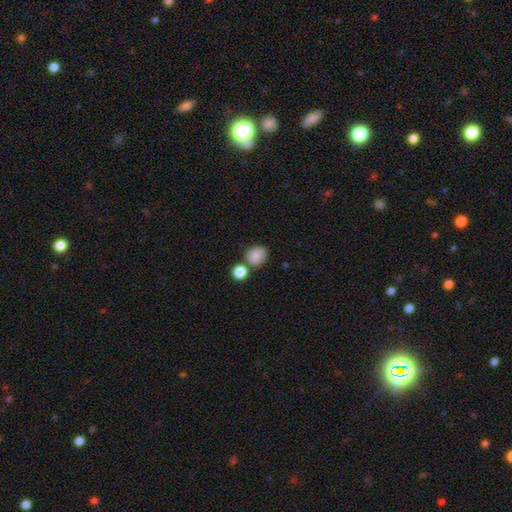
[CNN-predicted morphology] The model was most divided on "how rounded": round: 56%, in between: 43%, cigar-shaped: 1%. More confident: smooth or featured — smooth (83%); merging — none (59%).